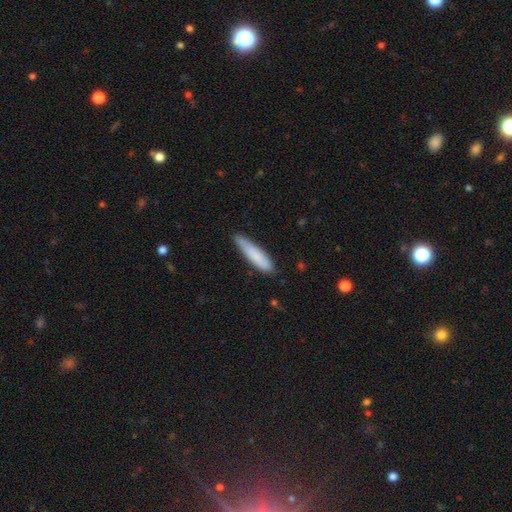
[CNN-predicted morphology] Overall: smooth (81%). How rounded: cigar-shaped (79%). Merging: none (76%).